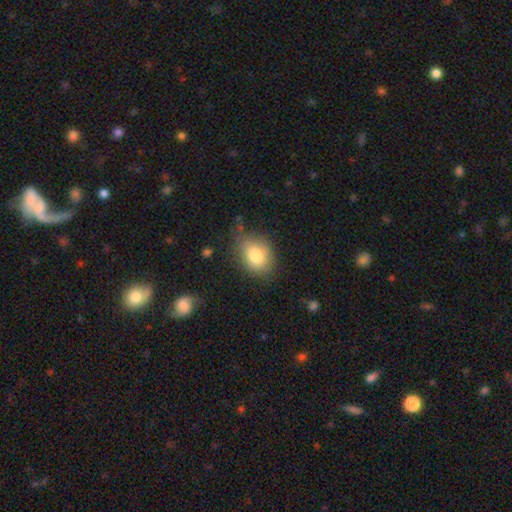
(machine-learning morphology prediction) A smooth galaxy with no disk features (81%) that is in between round and cigar-shaped (63%). Merging: none (69%).